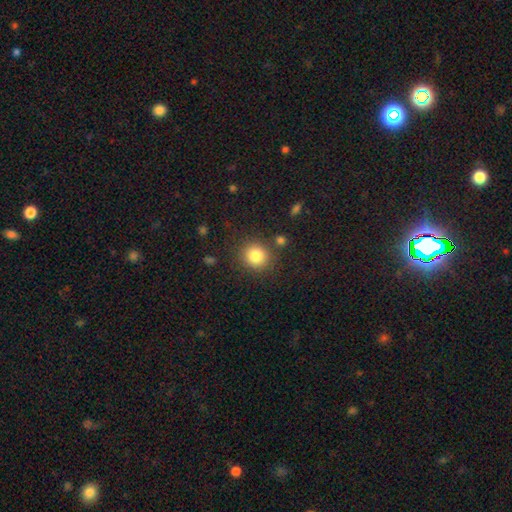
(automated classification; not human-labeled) A smooth galaxy with no disk features (83%) that is round (89%). Merging: none (84%).